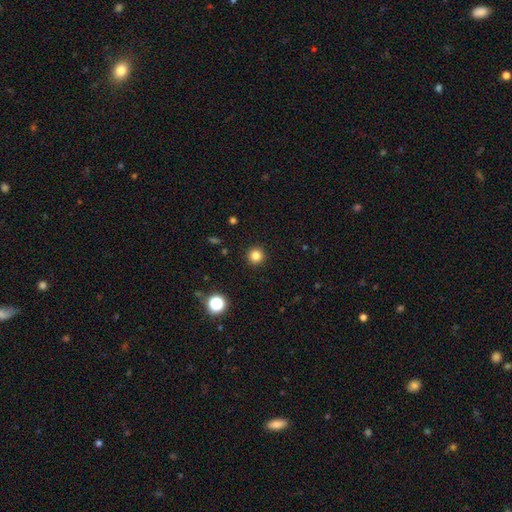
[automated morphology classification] A smooth galaxy with no disk features (82%) that is round (96%).

Vote fractions:
- Smooth or featured? smooth: 82% / star or artifact: 13% / featured or disk: 5%
- How rounded? round: 96% / in between: 3% / cigar-shaped: 1%
- Merging? none: 93% / minor disturbance: 4% / major disturbance: 2% / merger: 1%